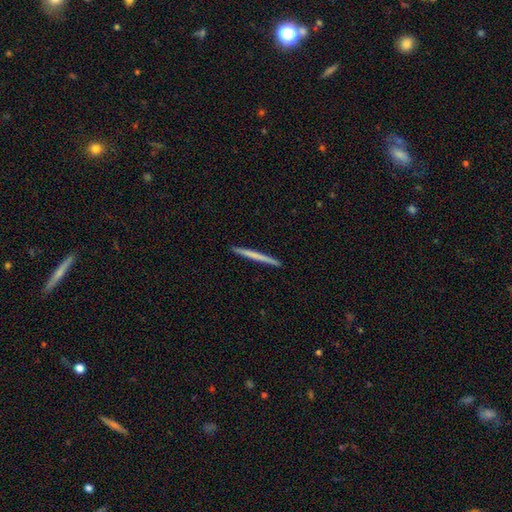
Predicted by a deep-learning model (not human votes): The model was most divided on "smooth or featured": smooth: 56%, featured or disk: 39%, star or artifact: 5%. More confident: how rounded — cigar-shaped (97%); merging — none (93%).